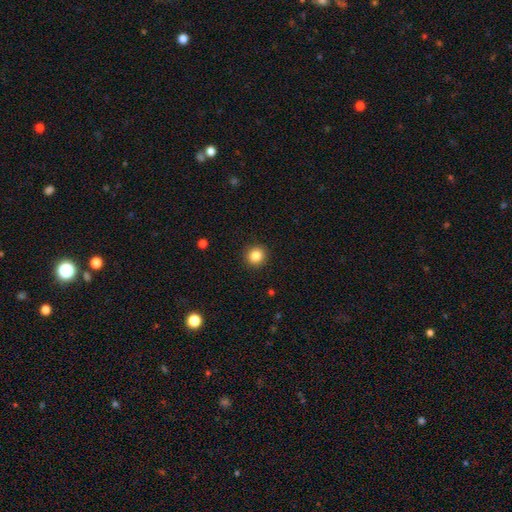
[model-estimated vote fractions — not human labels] Smooth or featured?
  - smooth: 85% *
  - star or artifact: 11%
  - featured or disk: 4%
How rounded?
  - round: 91% *
  - in between: 8%
  - cigar-shaped: 1%
Merging?
  - none: 91% *
  - minor disturbance: 6%
  - major disturbance: 2%
  - merger: 1%